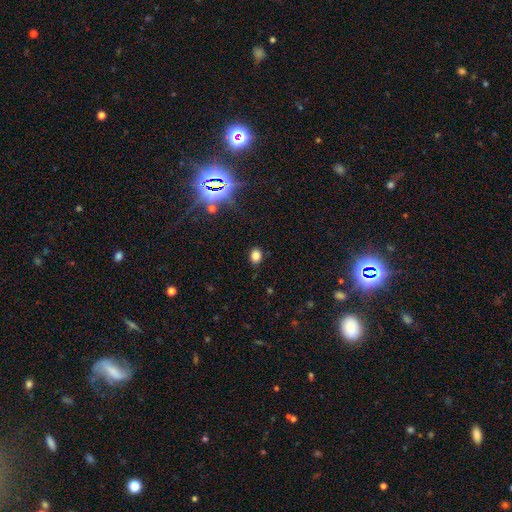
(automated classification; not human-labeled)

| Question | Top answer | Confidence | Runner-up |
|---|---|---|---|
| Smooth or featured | smooth | 80% | star or artifact (15%) |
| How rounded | round | 52% | in between (47%) |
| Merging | none | 86% | minor disturbance (9%) |